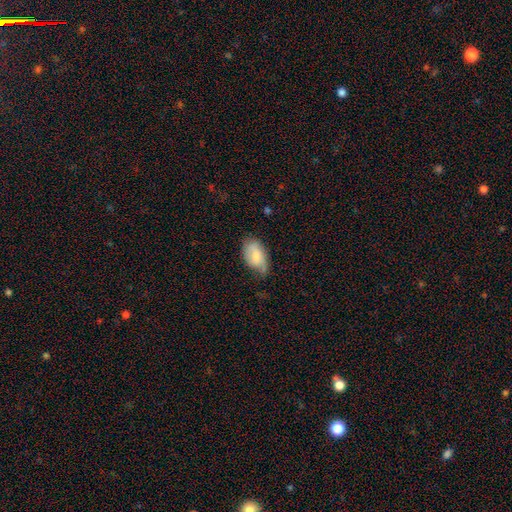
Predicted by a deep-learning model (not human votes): A smooth galaxy with no disk features (67%) that is in between round and cigar-shaped (93%). Merging: none (52%).